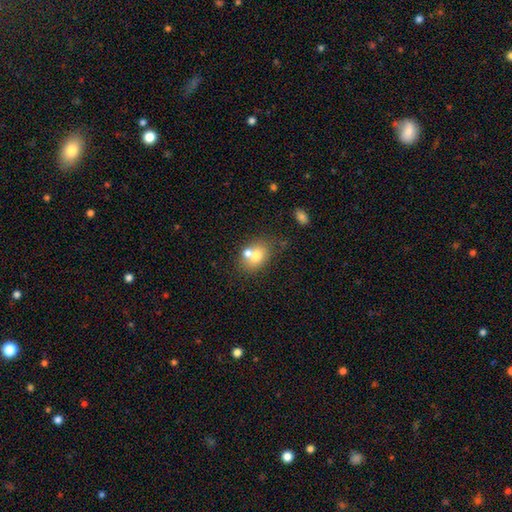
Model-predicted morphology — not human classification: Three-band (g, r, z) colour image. It shows a smooth galaxy with no disk features (70%) that is in between round and cigar-shaped (62%). Merging: none (45%).